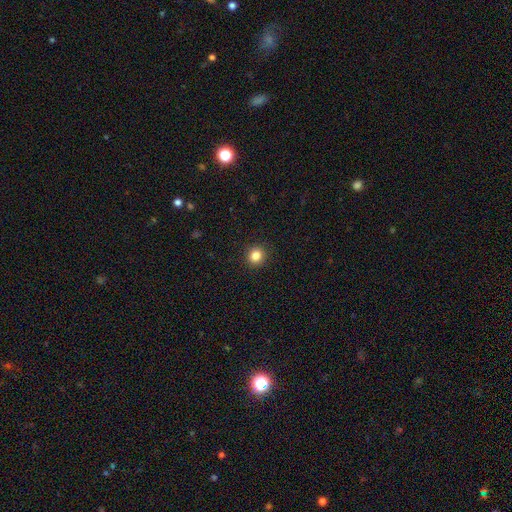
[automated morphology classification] Overall: smooth (84%). How rounded: round (89%). Merging: none (92%).